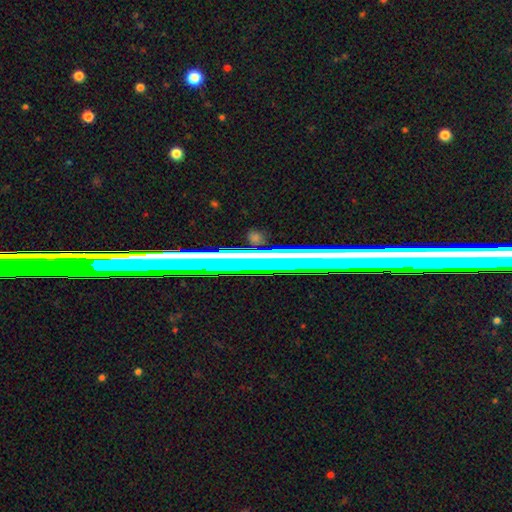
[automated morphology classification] This is possibly a star or artifact rather than a galaxy (57%).